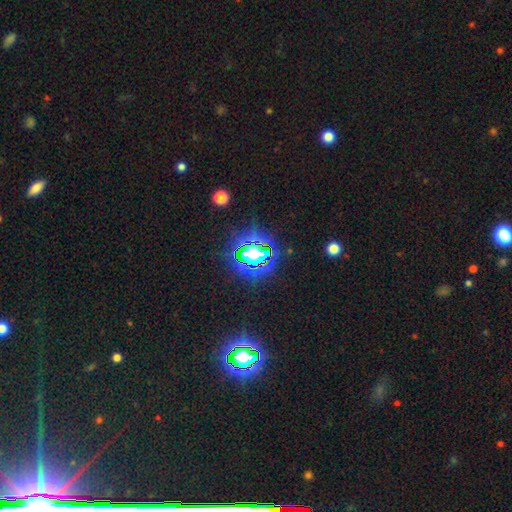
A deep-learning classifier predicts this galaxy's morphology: Overall: star or artifact (69%).